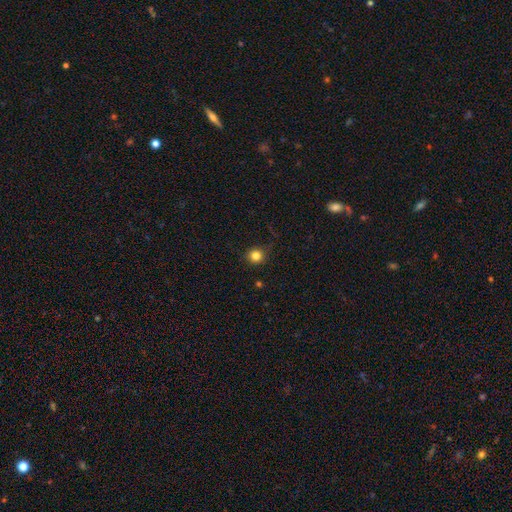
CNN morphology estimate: A smooth galaxy with no disk features (83%) that is round (93%). Merging: none (87%).